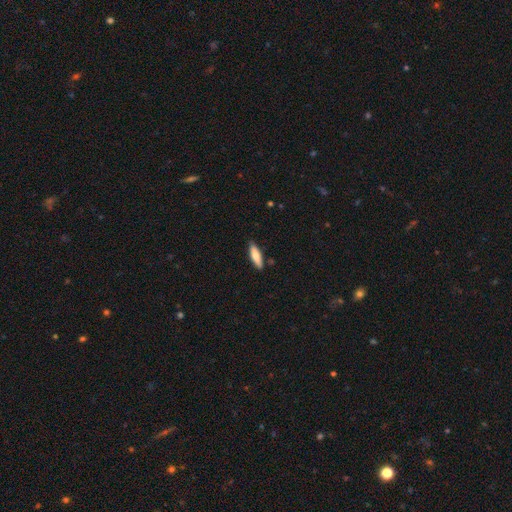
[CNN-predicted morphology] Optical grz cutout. It shows a smooth galaxy with no disk features (76%) that is cigar-shaped (60%). Merging: none (86%).